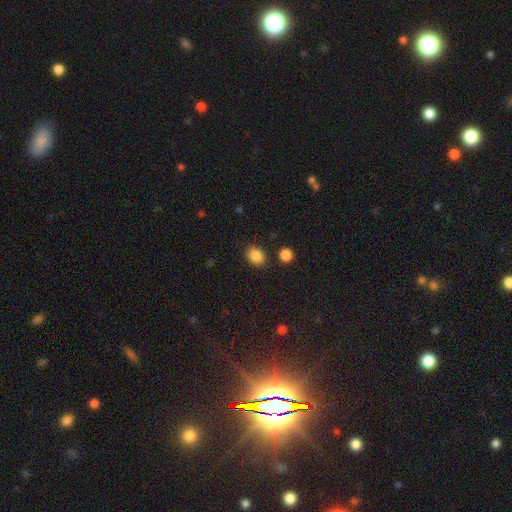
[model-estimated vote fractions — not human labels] Smooth or featured?
  - smooth: 87% *
  - star or artifact: 9%
  - featured or disk: 4%
How rounded?
  - in between: 66% *
  - round: 33%
  - cigar-shaped: 1%
Merging?
  - none: 82% *
  - minor disturbance: 11%
  - merger: 4%
  - major disturbance: 3%